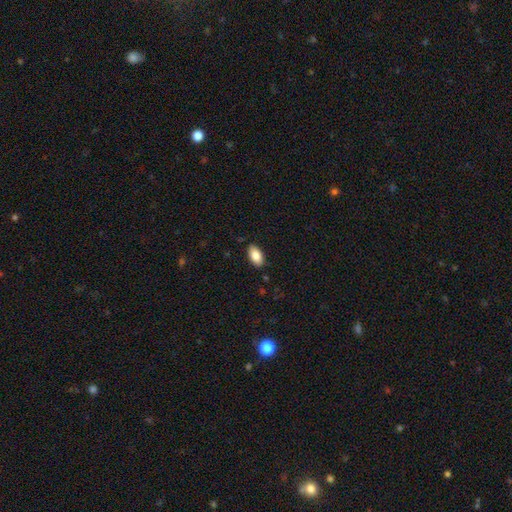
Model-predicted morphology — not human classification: Smooth or featured? smooth (84%)
How rounded? in between (93%)
Merging? none (87%)